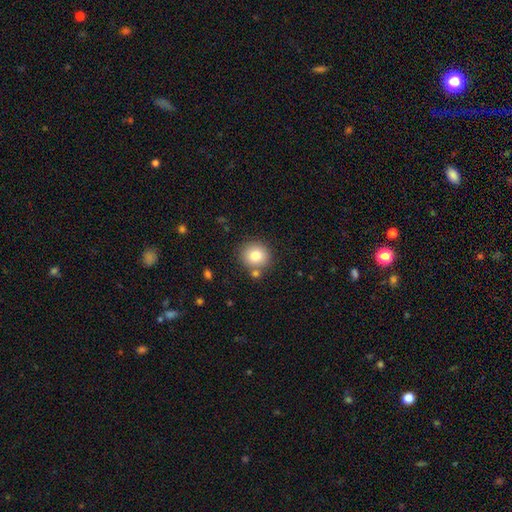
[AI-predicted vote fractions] Smooth or featured? Predicted: smooth (p=0.80). How rounded? Predicted: round (p=0.89). Merging? Predicted: none (p=0.77).